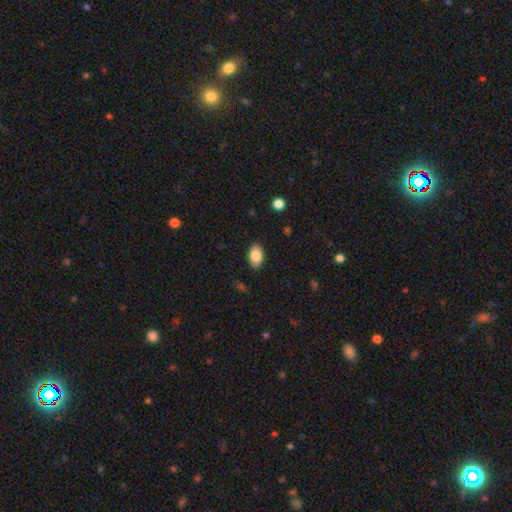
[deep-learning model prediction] Smooth or featured? smooth (85%)
How rounded? in between (92%)
Merging? none (87%)